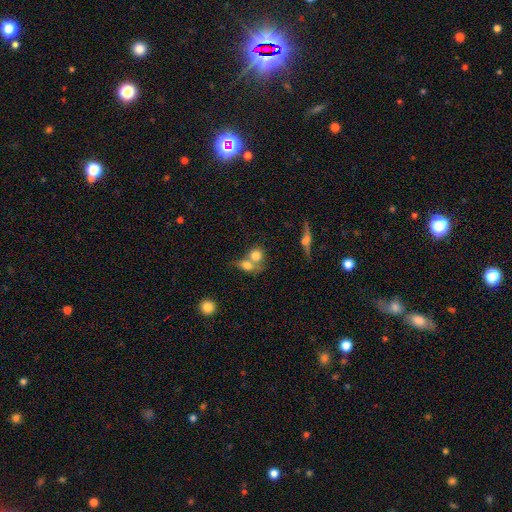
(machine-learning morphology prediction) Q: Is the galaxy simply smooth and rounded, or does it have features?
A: smooth — 74%.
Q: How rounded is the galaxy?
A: round — 62%.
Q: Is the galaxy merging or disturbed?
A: merger — 61%.